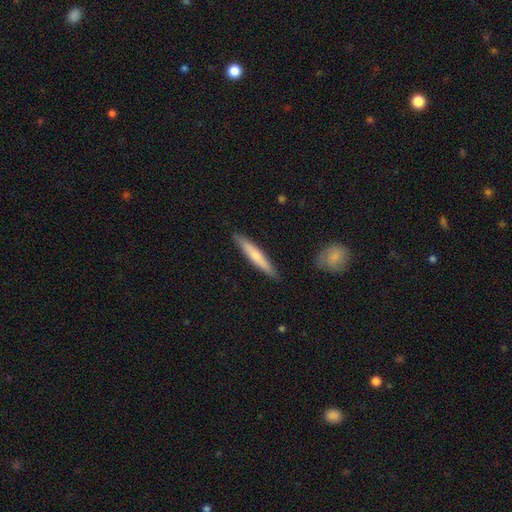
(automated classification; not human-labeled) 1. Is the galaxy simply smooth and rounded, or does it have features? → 59% smooth, 36% featured or disk, 5% star or artifact.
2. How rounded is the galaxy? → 93% cigar-shaped, 6% in between, 1% round.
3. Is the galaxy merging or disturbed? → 88% none, 9% minor disturbance, 2% major disturbance, 1% merger.